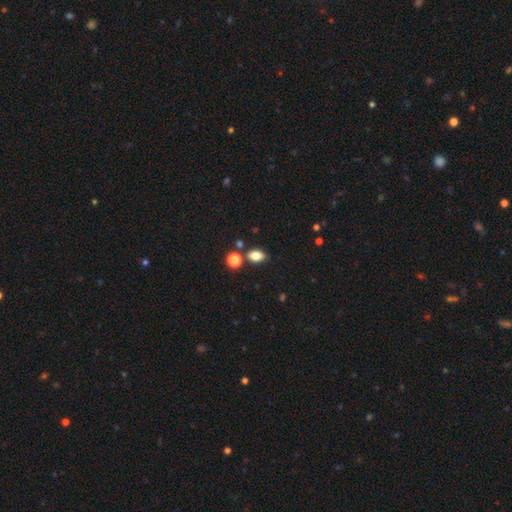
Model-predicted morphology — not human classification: Smooth or featured? Predicted: smooth (p=0.81). How rounded? Predicted: in between (p=0.81). Merging? Predicted: none (p=0.72).